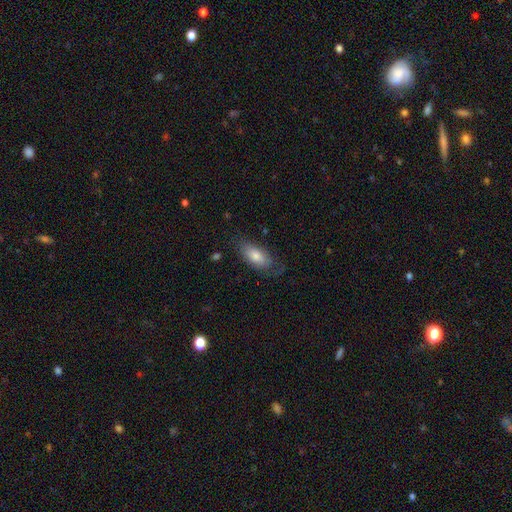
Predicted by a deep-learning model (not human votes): A smooth galaxy with no disk features (68%) that is in between round and cigar-shaped (86%).

Vote fractions:
- Smooth or featured? smooth: 68% / featured or disk: 24% / star or artifact: 7%
- How rounded? in between: 86% / cigar-shaped: 11% / round: 3%
- Merging? none: 63% / minor disturbance: 25% / major disturbance: 11% / merger: 1%